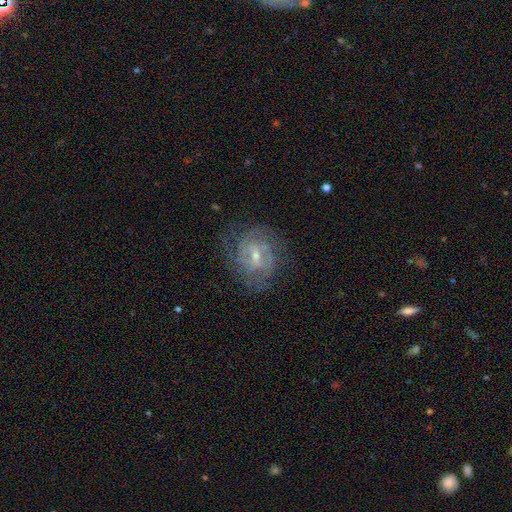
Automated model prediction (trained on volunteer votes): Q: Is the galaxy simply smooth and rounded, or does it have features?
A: featured or disk — 79%.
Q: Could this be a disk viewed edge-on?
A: no — 96%.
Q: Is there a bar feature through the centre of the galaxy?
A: weak — 55%.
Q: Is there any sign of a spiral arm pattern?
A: yes — 85%.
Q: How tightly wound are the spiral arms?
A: tight — 54%.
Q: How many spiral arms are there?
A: can't tell — 44%.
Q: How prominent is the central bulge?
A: small — 57%.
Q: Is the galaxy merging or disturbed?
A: none — 67%.